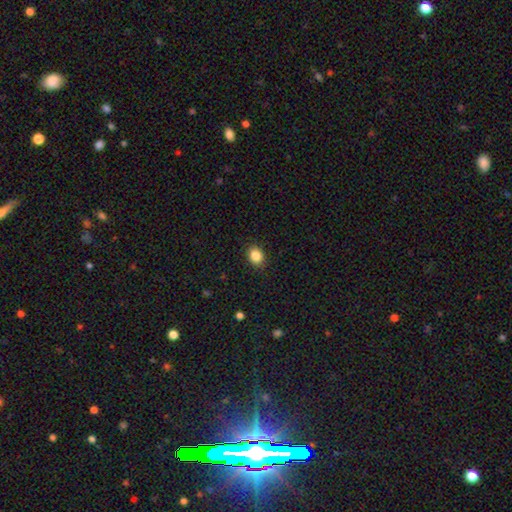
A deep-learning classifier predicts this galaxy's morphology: Smooth or featured: smooth — 86% (star or artifact — 9%)
How rounded: in between — 55% (round — 44%)
Merging: none — 89% (minor disturbance — 8%)